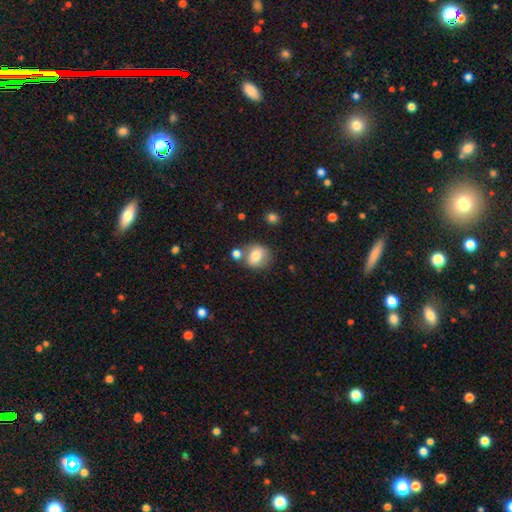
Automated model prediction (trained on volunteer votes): Smooth or featured?
  - smooth: 76% *
  - featured or disk: 15%
  - star or artifact: 9%
How rounded?
  - round: 73% *
  - in between: 26%
  - cigar-shaped: 1%
Merging?
  - none: 65% *
  - merger: 17%
  - minor disturbance: 14%
  - major disturbance: 4%